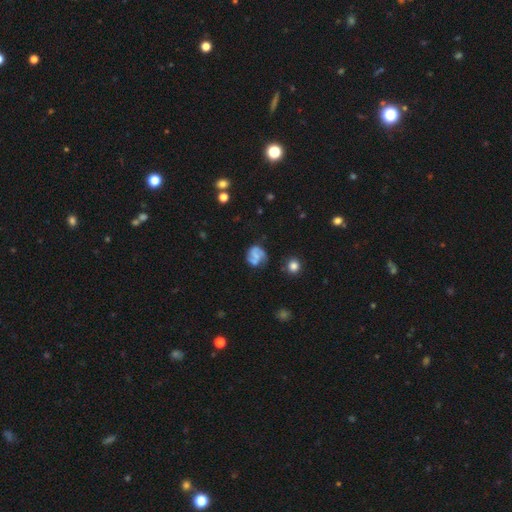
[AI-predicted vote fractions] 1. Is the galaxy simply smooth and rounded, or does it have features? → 55% featured or disk, 35% smooth, 11% star or artifact.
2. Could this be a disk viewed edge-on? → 98% no, 2% yes.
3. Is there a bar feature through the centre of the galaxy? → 54% no, 34% weak, 12% strong.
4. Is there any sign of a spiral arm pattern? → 74% yes, 26% no.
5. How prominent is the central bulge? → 40% small, 37% none, 19% moderate, 3% large, 2% dominant.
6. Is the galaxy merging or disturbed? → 54% none, 22% minor disturbance, 13% major disturbance, 11% merger.